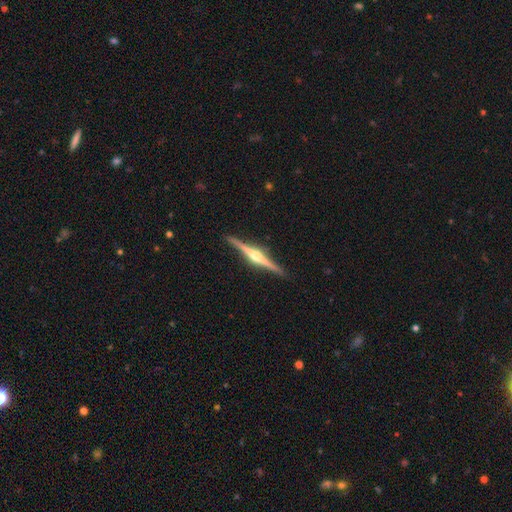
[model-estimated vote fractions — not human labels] smooth-or-featured: featured or disk: 85% | smooth: 10% | star or artifact: 4%
  disk-edge-on: yes: 99% | no: 1%
    edge-on-bulge: rounded: 93% | boxy: 4% | none: 3%
  merging: none: 91% | minor disturbance: 7% | major disturbance: 1% | merger: 1%